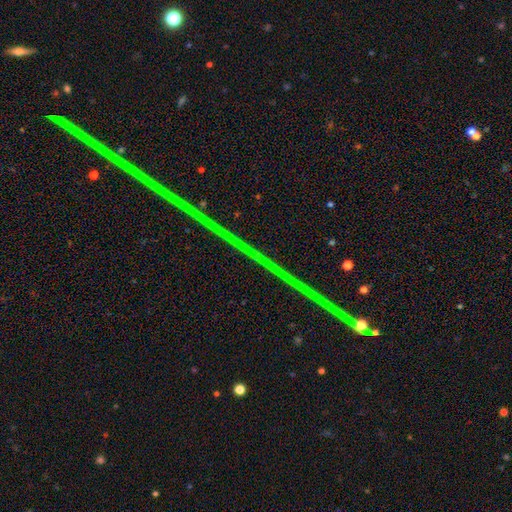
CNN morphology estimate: smooth_or_featured: star or artifact (p=0.89) [alt: featured or disk p=0.06]